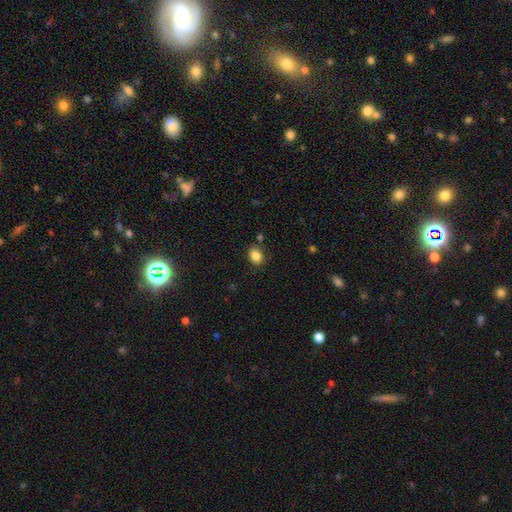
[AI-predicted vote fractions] A smooth galaxy with no disk features (85%) that is in between round and cigar-shaped (50%).

Vote fractions:
- Smooth or featured? smooth: 85% / star or artifact: 10% / featured or disk: 5%
- How rounded? in between: 50% / round: 49% / cigar-shaped: 1%
- Merging? none: 80% / minor disturbance: 12% / merger: 4% / major disturbance: 3%